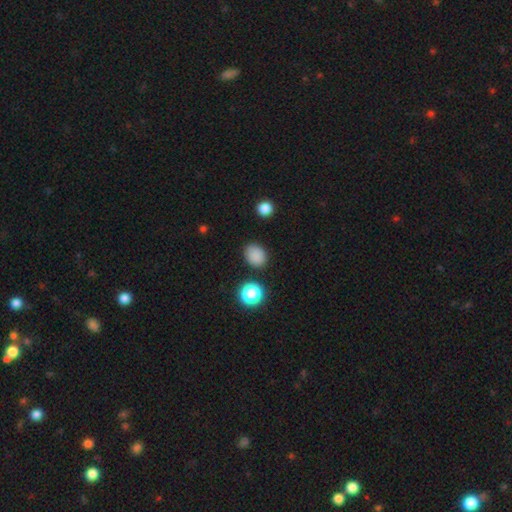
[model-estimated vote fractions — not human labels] A smooth galaxy with no disk features (84%) that is round (52%).

Vote fractions:
- Smooth or featured? smooth: 84% / star or artifact: 12% / featured or disk: 4%
- How rounded? round: 52% / in between: 47% / cigar-shaped: 1%
- Merging? none: 84% / minor disturbance: 11% / major disturbance: 3% / merger: 2%